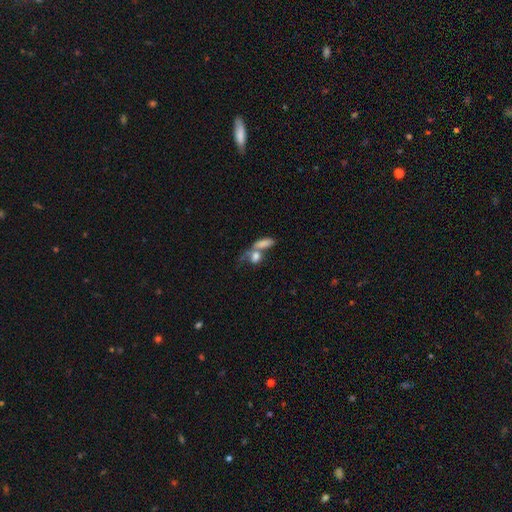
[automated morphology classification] A smooth galaxy with no disk features (71%) that is in between round and cigar-shaped (64%). Merging: merger (57%).